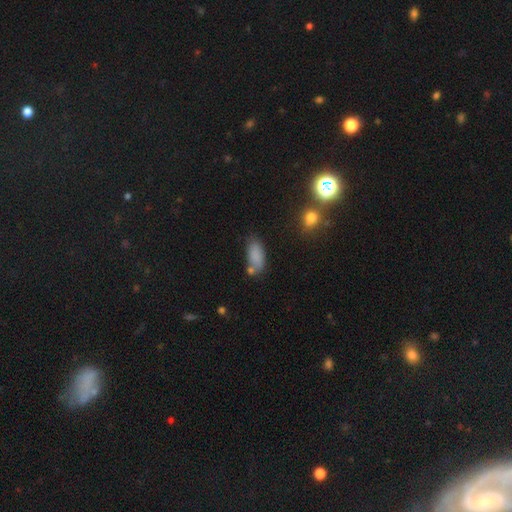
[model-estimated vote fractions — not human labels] Smooth or featured? smooth (83%)
How rounded? in between (86%)
Merging? none (59%)